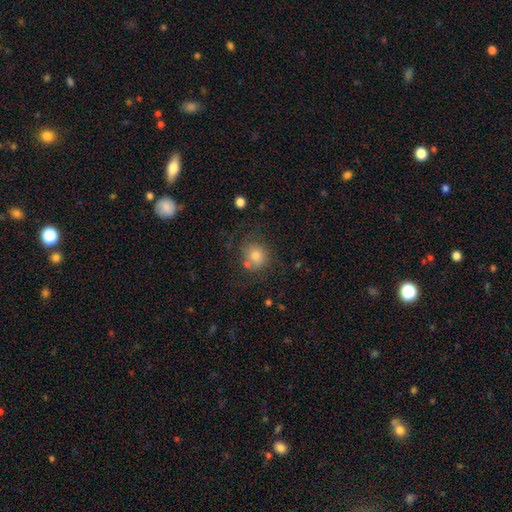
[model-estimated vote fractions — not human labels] A smooth galaxy with no disk features (72%) that is round (82%). Merging: none (65%).